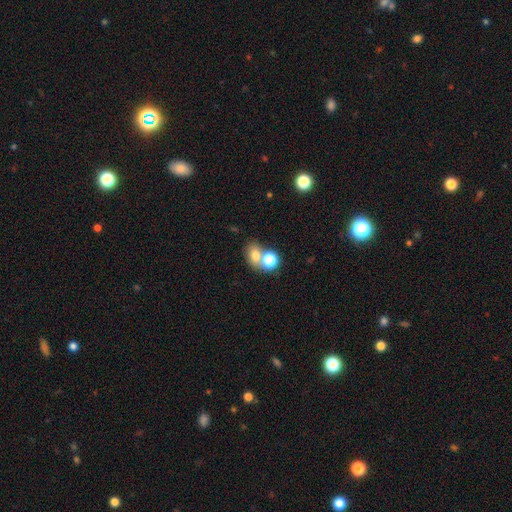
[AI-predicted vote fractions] smooth_or_featured: smooth (p=0.73) [alt: star or artifact p=0.14]
how_rounded: in between (p=0.51) [alt: round p=0.48]
merging: merger (p=0.48) [alt: none p=0.39]